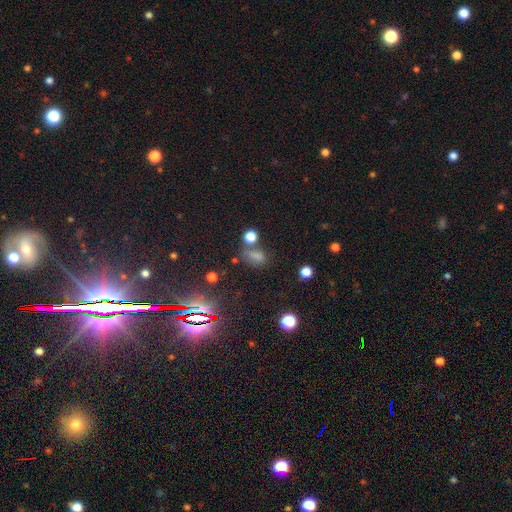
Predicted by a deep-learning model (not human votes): smooth-or-featured: smooth: 65% | star or artifact: 27% | featured or disk: 8%
  how-rounded: in between: 68% | round: 27% | cigar-shaped: 5%
  merging: none: 52% | minor disturbance: 18% | merger: 18% | major disturbance: 11%